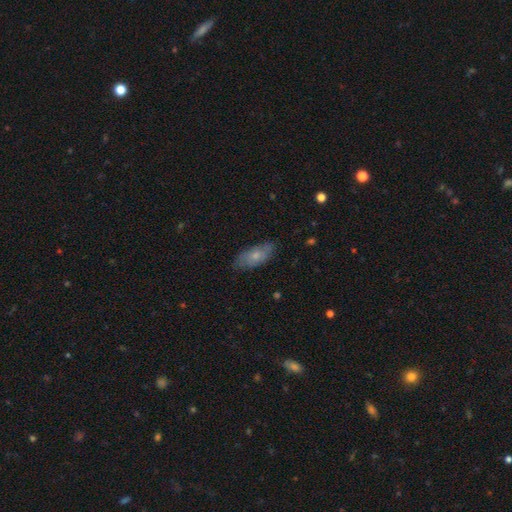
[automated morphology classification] A smooth galaxy with no disk features (64%) that is in between round and cigar-shaped (83%). Merging: none (73%).